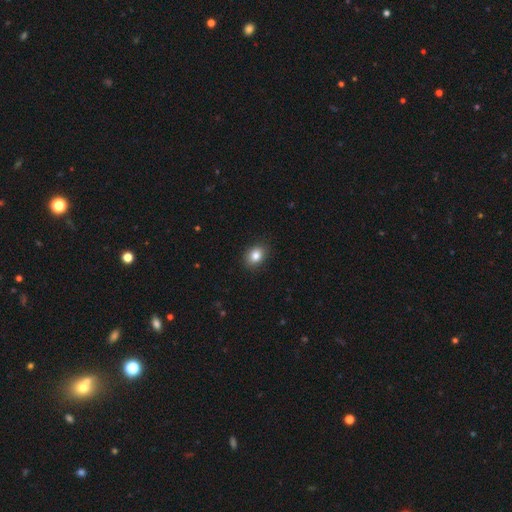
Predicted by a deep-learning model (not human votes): smooth 83%, star or artifact 10%, featured or disk 7%. Down the decision tree: how rounded — in between (65%); merging — none (89%).